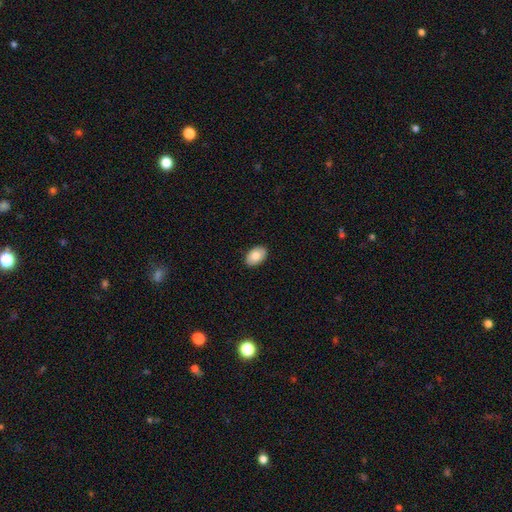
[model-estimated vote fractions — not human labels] Smooth or featured?
  - smooth: 82% *
  - featured or disk: 11%
  - star or artifact: 7%
How rounded?
  - in between: 89% *
  - round: 10%
  - cigar-shaped: 1%
Merging?
  - none: 90% *
  - minor disturbance: 8%
  - major disturbance: 2%
  - merger: 1%